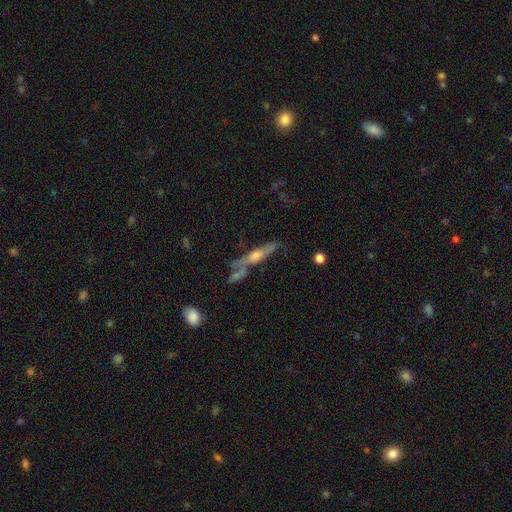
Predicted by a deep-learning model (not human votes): smooth-or-featured: featured or disk: 69% | smooth: 19% | star or artifact: 12%
  disk-edge-on: yes: 84% | no: 16%
    edge-on-bulge: rounded: 84% | none: 9% | boxy: 7%
  merging: none: 58% | minor disturbance: 17% | merger: 14% | major disturbance: 11%